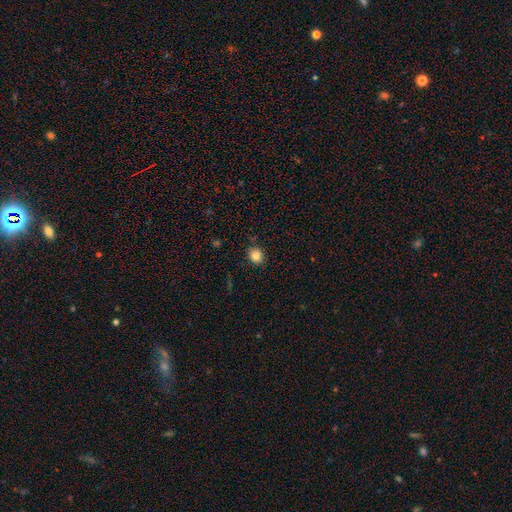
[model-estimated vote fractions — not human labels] smooth-or-featured: smooth: 85% | star or artifact: 11% | featured or disk: 5%
  how-rounded: round: 78% | in between: 21% | cigar-shaped: 1%
  merging: none: 87% | minor disturbance: 9% | major disturbance: 2% | merger: 2%